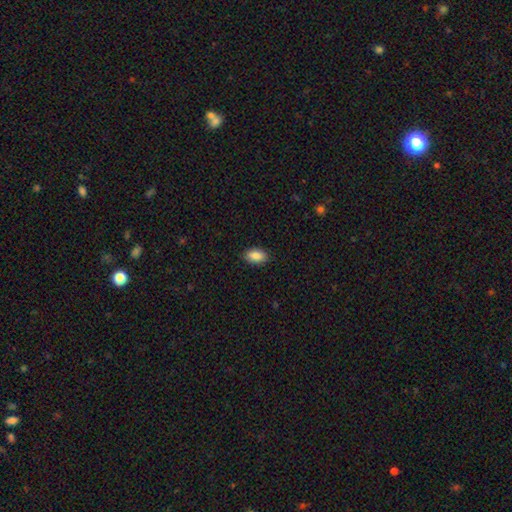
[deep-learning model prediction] A smooth galaxy with no disk features (87%) that is in between round and cigar-shaped (92%). Merging: none (88%).